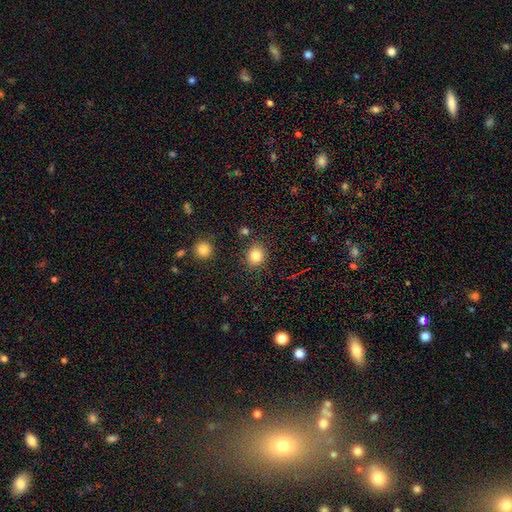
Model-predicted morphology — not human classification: This appears to be a smooth galaxy with no disk features (83%) that is round (72%). Merging: none (85%).